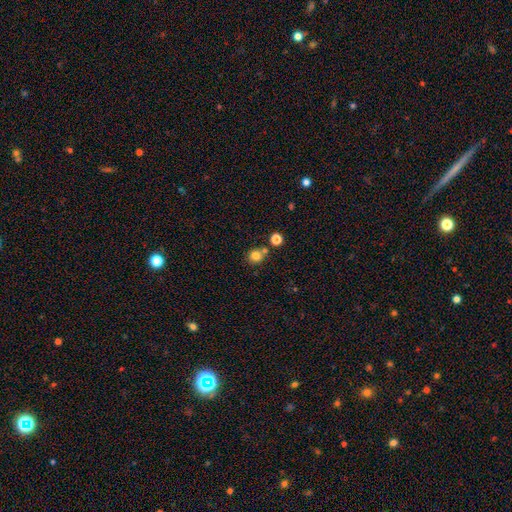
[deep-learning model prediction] smooth 80%, star or artifact 13%, featured or disk 8%. Down the decision tree: how rounded — round (84%); merging — none (64%).